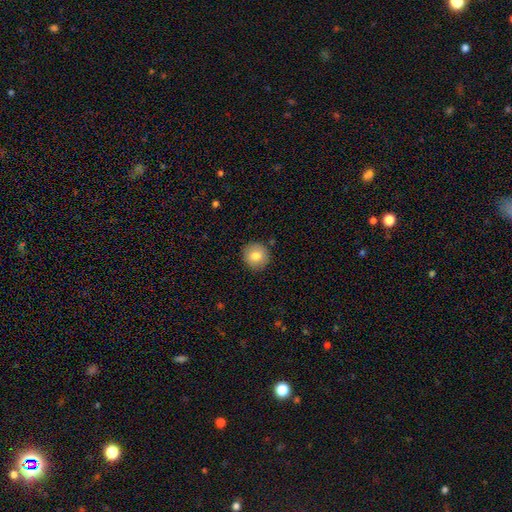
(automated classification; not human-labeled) Smooth or featured? Predicted: smooth (p=0.81). How rounded? Predicted: round (p=0.93). Merging? Predicted: none (p=0.89).